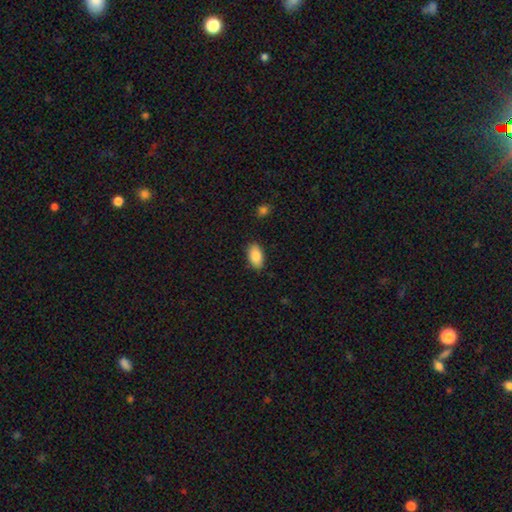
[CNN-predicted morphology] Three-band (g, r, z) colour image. It shows a smooth galaxy with no disk features (87%) that is in between round and cigar-shaped (93%). Merging: none (86%).